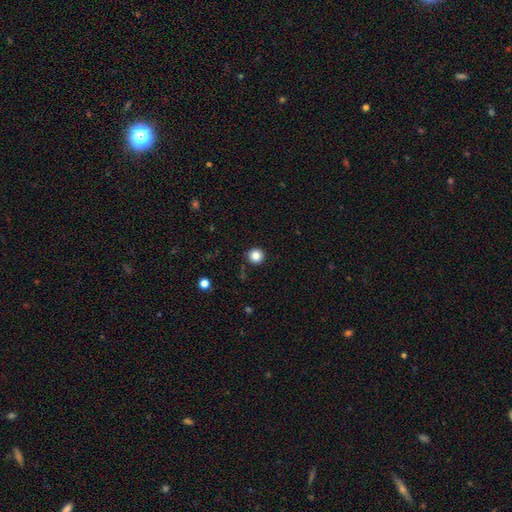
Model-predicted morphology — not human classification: This appears to be a smooth galaxy with no disk features (85%) that is round (95%). Merging: none (92%).